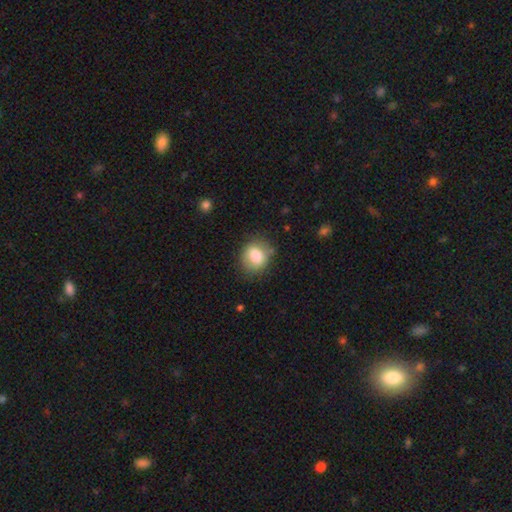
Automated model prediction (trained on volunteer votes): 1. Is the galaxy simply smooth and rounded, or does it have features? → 77% smooth, 14% featured or disk, 9% star or artifact.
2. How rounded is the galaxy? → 67% round, 32% in between, 1% cigar-shaped.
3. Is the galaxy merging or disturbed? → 78% none, 16% minor disturbance, 4% major disturbance, 2% merger.